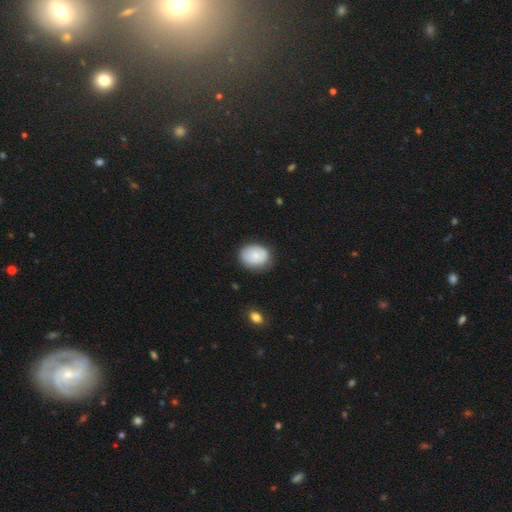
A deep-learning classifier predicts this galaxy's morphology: Q: Smooth or featured?
A: smooth (77%); runner-up: featured or disk (16%)
Q: How rounded?
A: in between (51%); runner-up: round (48%)
Q: Merging?
A: none (75%); runner-up: minor disturbance (19%)